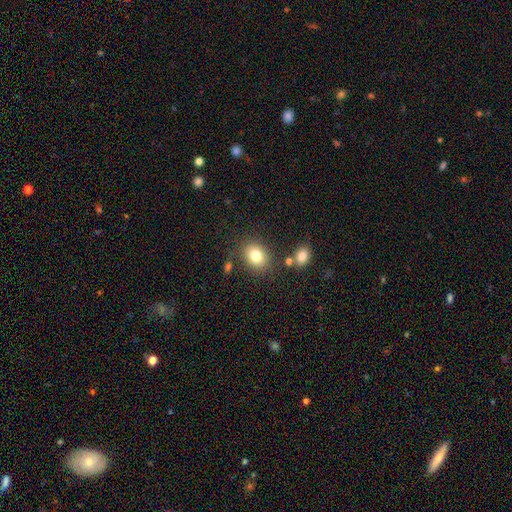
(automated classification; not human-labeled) Overall: smooth (81%). How rounded: in between (50%; round 49%). Merging: none (80%).